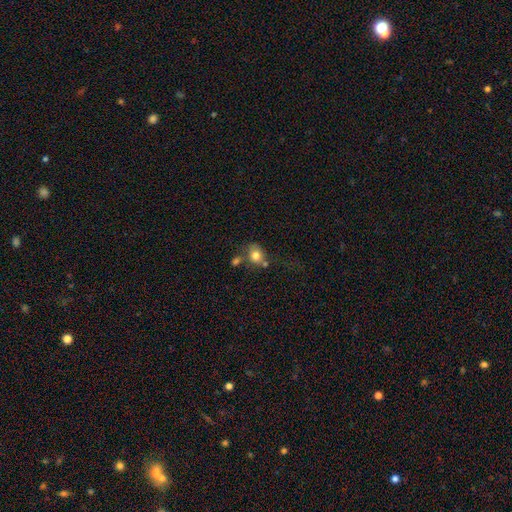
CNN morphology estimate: This appears to be a smooth galaxy with no disk features (78%) that is round (55%). Merging: none (45%).